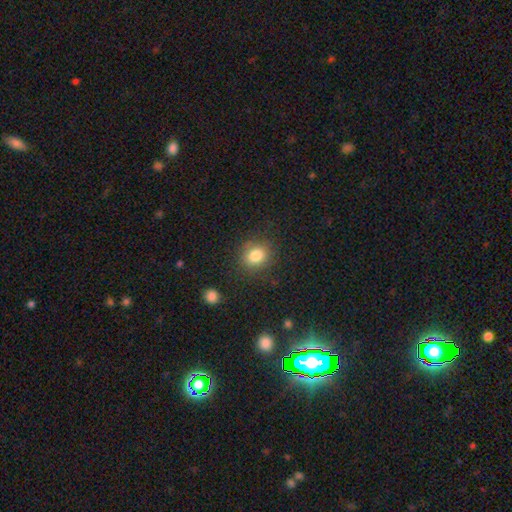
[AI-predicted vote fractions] Smooth or featured?
  - smooth: 83% *
  - star or artifact: 11%
  - featured or disk: 6%
How rounded?
  - round: 71% *
  - in between: 28%
  - cigar-shaped: 1%
Merging?
  - none: 83% *
  - minor disturbance: 11%
  - major disturbance: 4%
  - merger: 2%